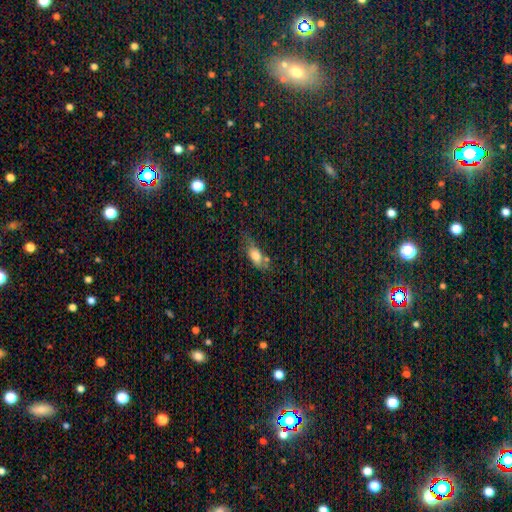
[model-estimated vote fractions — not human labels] This is likely a smooth galaxy (74%). How rounded: likely in between (80%). Merging: possibly none (48%).